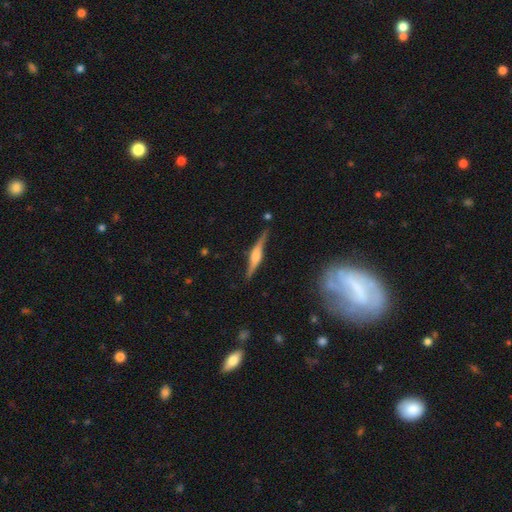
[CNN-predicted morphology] The model was most divided on "smooth or featured": featured or disk: 79%, smooth: 15%, star or artifact: 6%. More confident: edge-on disk — yes (97%); merging — none (84%); edge-on bulge — rounded (81%).